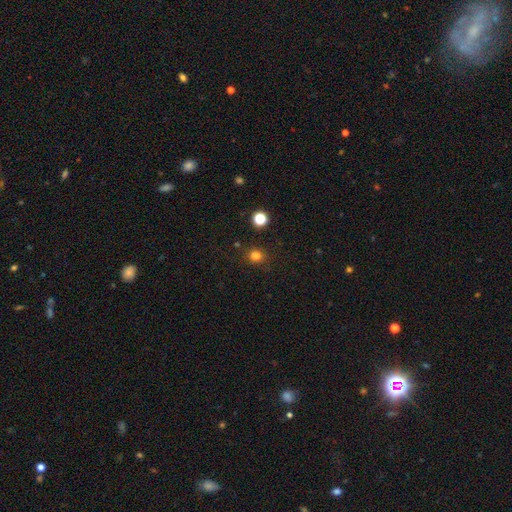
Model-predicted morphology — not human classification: Smooth or featured? Predicted: smooth (p=0.80). How rounded? Predicted: round (p=0.81). Merging? Predicted: none (p=0.84).